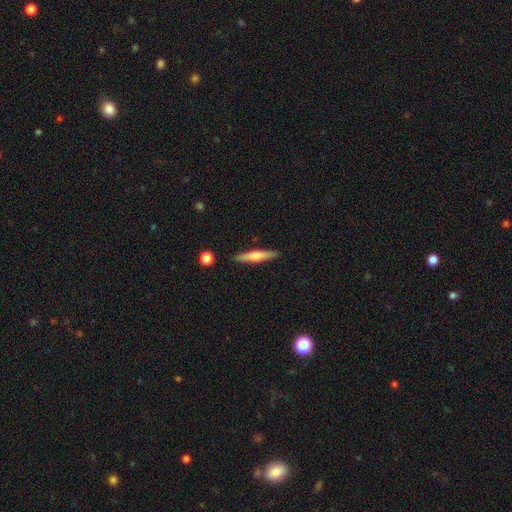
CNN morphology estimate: type=smooth (48%); merging=none (88%).